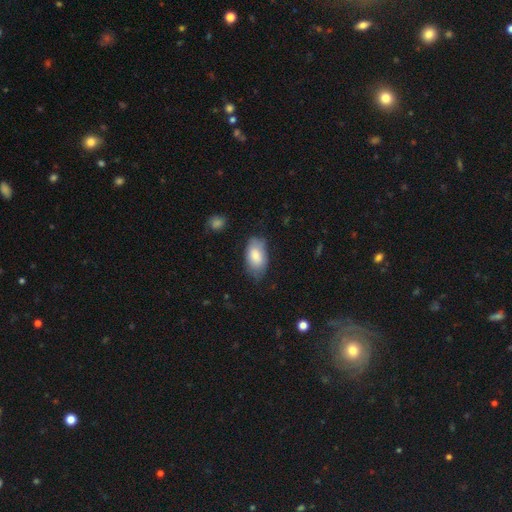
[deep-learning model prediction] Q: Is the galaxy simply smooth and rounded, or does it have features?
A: smooth — 79%.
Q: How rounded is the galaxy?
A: in between — 94%.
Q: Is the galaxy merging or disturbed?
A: none — 67%.